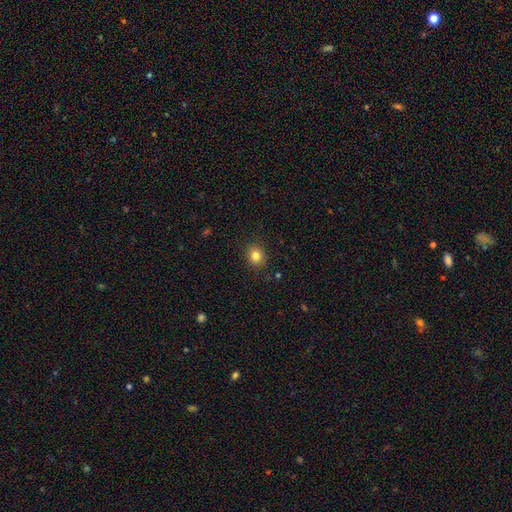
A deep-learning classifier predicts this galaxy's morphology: This appears to be a smooth galaxy with no disk features (82%) that is round (70%). Merging: none (89%).